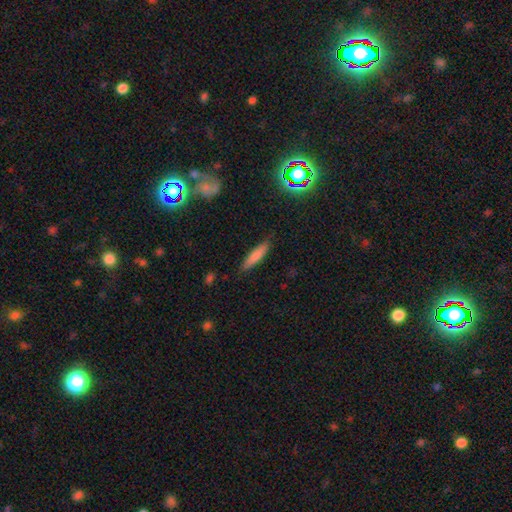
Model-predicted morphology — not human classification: This is likely a smooth galaxy (77%). How rounded: likely cigar-shaped (79%). Merging: clearly none (82%).